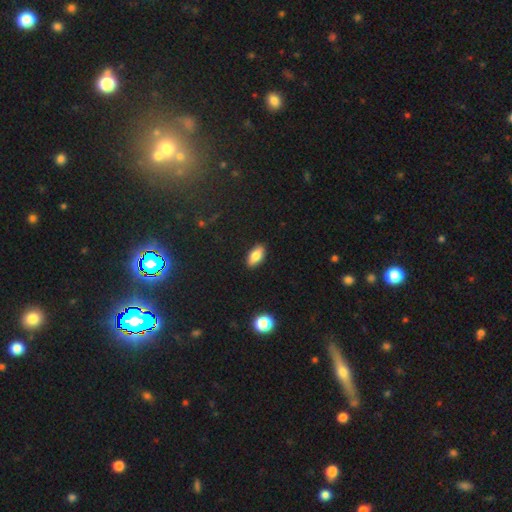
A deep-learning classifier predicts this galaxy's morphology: Smooth or featured?
  - smooth: 82% *
  - featured or disk: 10%
  - star or artifact: 8%
How rounded?
  - in between: 89% *
  - cigar-shaped: 8%
  - round: 3%
Merging?
  - none: 89% *
  - minor disturbance: 8%
  - major disturbance: 2%
  - merger: 1%